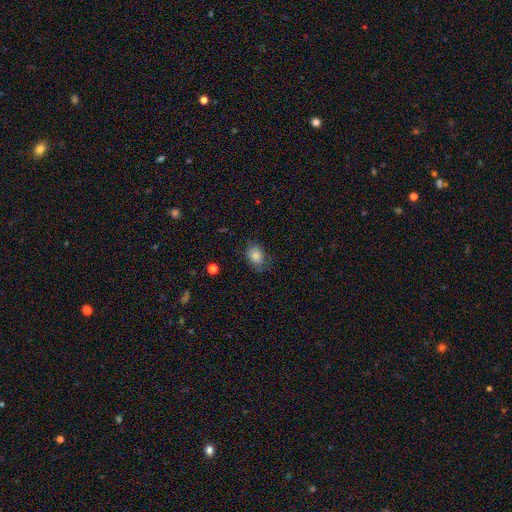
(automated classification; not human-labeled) smooth 83%, star or artifact 9%, featured or disk 7%. Down the decision tree: how rounded — in between (68%); merging — none (69%).